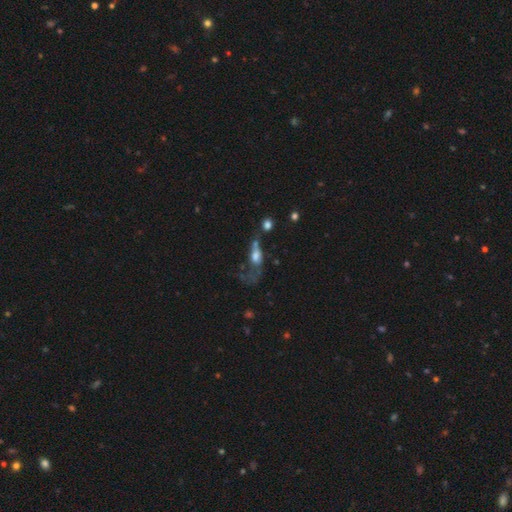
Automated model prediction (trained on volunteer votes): Smooth or featured? smooth (50%)
Merging? major disturbance (46%)